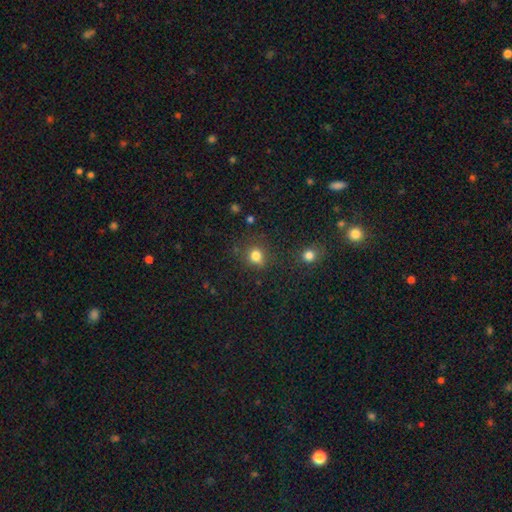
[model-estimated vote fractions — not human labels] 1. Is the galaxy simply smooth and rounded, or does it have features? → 79% smooth, 15% star or artifact, 5% featured or disk.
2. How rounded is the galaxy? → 75% round, 24% in between, 1% cigar-shaped.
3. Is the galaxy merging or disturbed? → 74% none, 14% minor disturbance, 6% merger, 6% major disturbance.